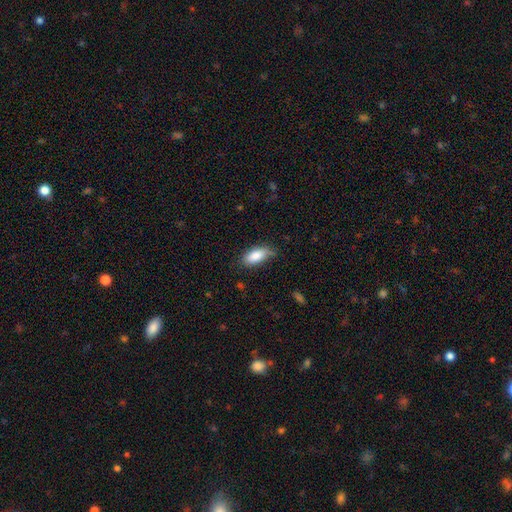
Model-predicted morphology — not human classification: Smooth or featured? Predicted: smooth (p=0.85). How rounded? Predicted: in between (p=0.85). Merging? Predicted: none (p=0.67).